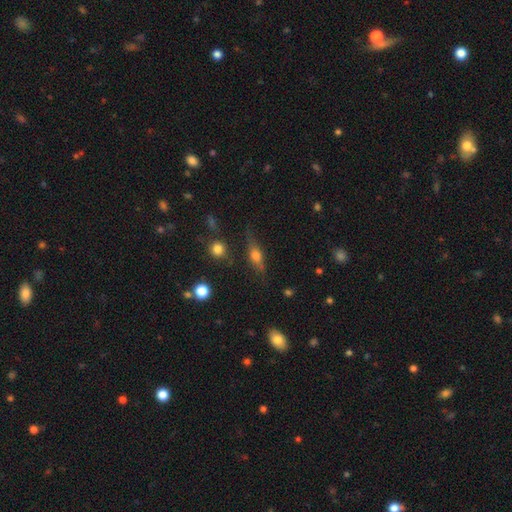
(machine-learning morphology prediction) smooth_or_featured: smooth (p=0.48) [alt: featured or disk p=0.42]
merging: none (p=0.70) [alt: minor disturbance p=0.19]